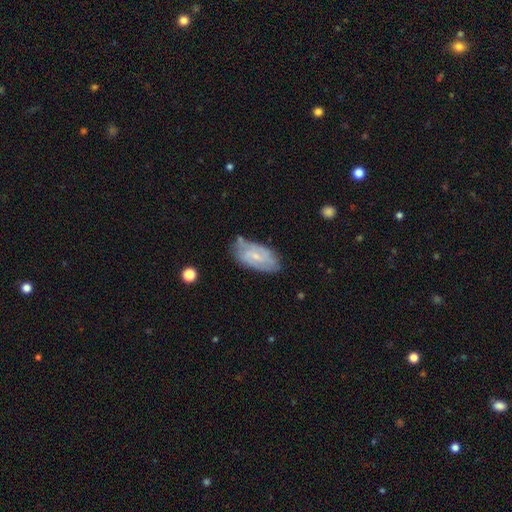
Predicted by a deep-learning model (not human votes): smooth_or_featured: featured or disk (p=0.64) [alt: smooth p=0.29]
disk_edge_on: no (p=0.94) [alt: yes p=0.06]
bar: weak (p=0.51) [alt: no p=0.38]
has_spiral_arms: yes (p=0.84) [alt: no p=0.16]
spiral_winding: tight (p=0.43) [alt: medium p=0.41]
spiral_arm_count: 2 (p=0.52) [alt: can't tell p=0.31]
bulge_size: small (p=0.70) [alt: moderate p=0.22]
merging: none (p=0.65) [alt: minor disturbance p=0.25]